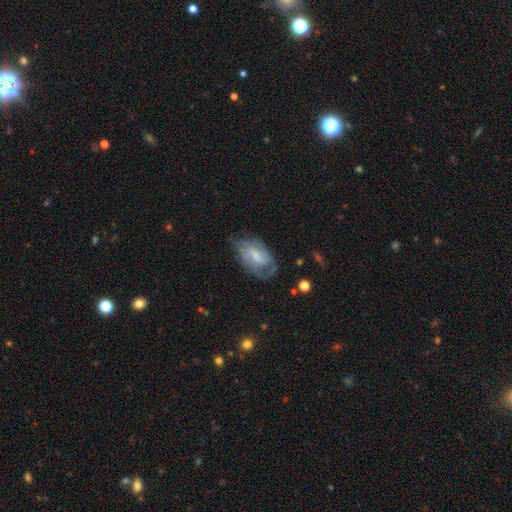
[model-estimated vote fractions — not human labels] smooth-or-featured: featured or disk: 63% | smooth: 30% | star or artifact: 7%
  disk-edge-on: no: 95% | yes: 5%
    bar: weak: 50% | no: 38% | strong: 12%
    has-spiral-arms: yes: 80% | no: 20%
    bulge-size: small: 43% | moderate: 35% | none: 16% | large: 5% | dominant: 1%
  merging: none: 52% | minor disturbance: 28% | major disturbance: 18% | merger: 2%